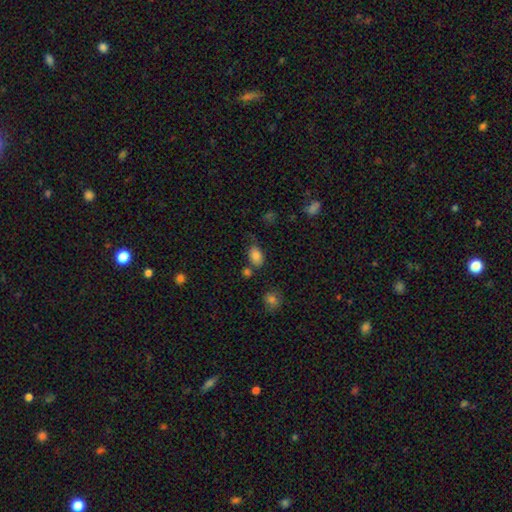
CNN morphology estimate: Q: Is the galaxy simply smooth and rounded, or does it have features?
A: smooth — 84%.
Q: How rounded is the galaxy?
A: in between — 86%.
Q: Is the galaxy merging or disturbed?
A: none — 63%.